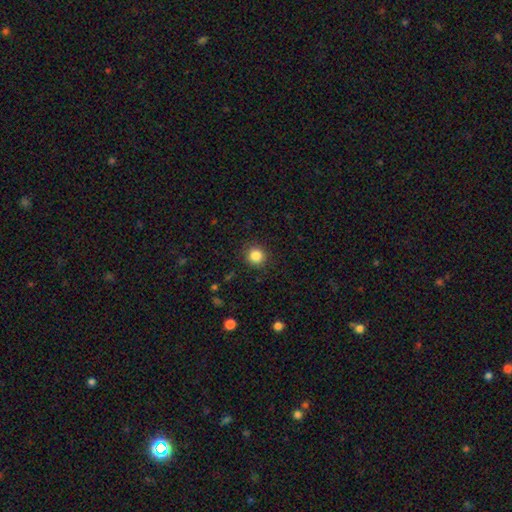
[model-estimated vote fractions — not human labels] A smooth galaxy with no disk features (85%) that is round (93%). Merging: none (91%).